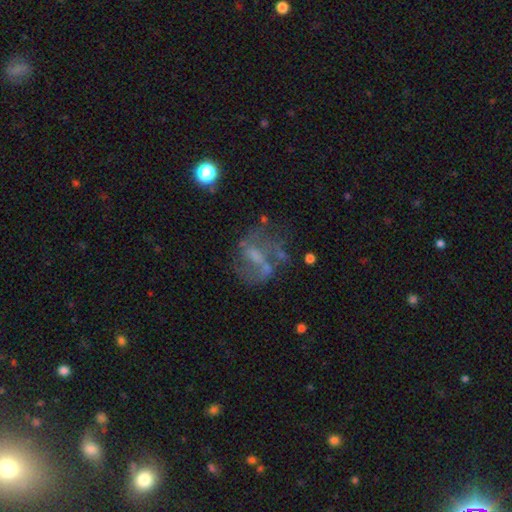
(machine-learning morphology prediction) Overall: featured or disk (65%). Edge-on disk: no (96%). Bar: weak (46%; no 33%). Spiral arms: yes (67%; no 33%). Bulge size: small (42%; none 30%). Merging: none (52%; major disturbance 23%).